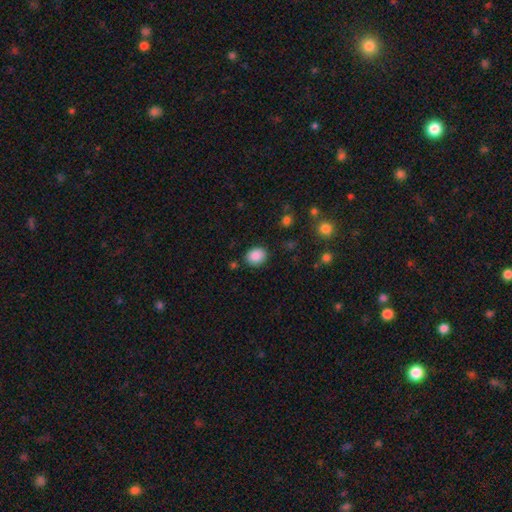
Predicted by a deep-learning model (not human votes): Smooth or featured: smooth — 88% (star or artifact — 9%)
How rounded: round — 53% (in between — 46%)
Merging: none — 85% (minor disturbance — 10%)